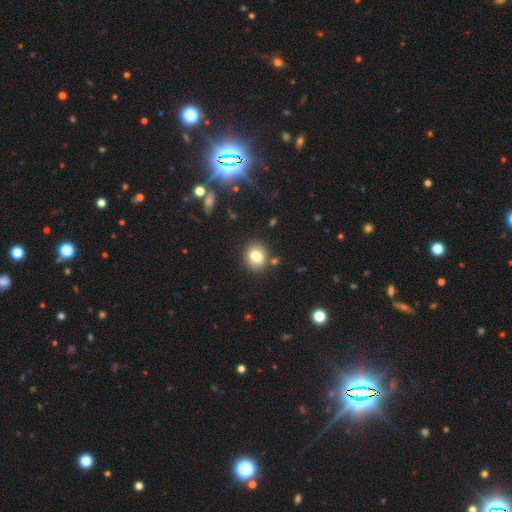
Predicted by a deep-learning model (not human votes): Smooth or featured? Predicted: smooth (p=0.81). How rounded? Predicted: round (p=0.72). Merging? Predicted: none (p=0.83).